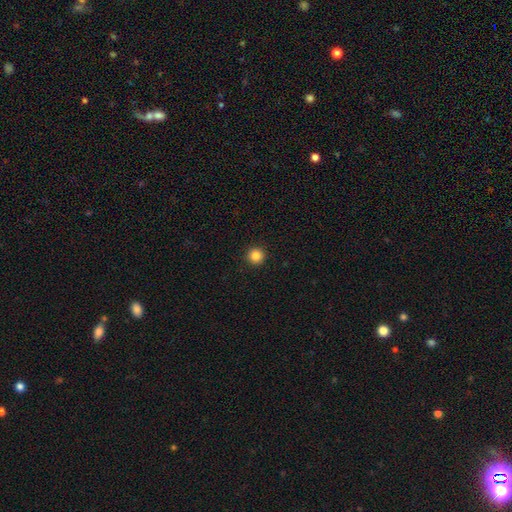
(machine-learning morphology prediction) This appears to be a smooth galaxy with no disk features (86%) that is round (96%). Merging: none (94%).